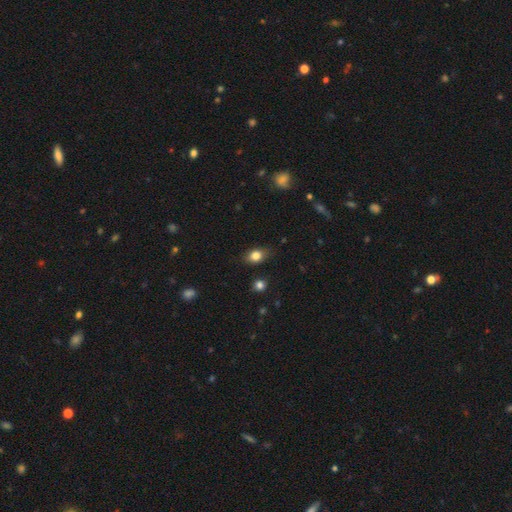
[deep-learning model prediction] Q: Smooth or featured?
A: smooth (82%); runner-up: star or artifact (10%)
Q: How rounded?
A: in between (66%); runner-up: round (32%)
Q: Merging?
A: none (79%); runner-up: minor disturbance (16%)